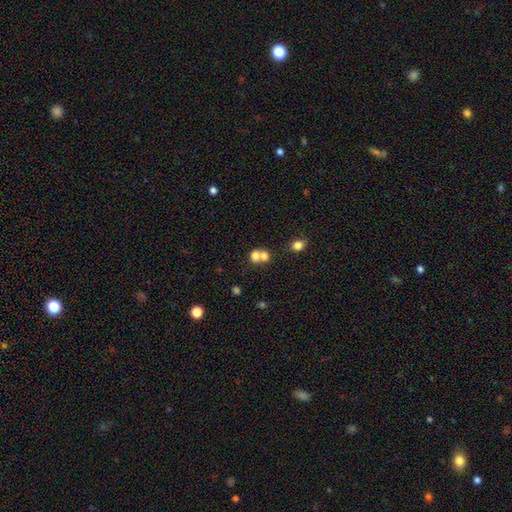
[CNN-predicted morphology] Smooth or featured? Predicted: smooth (p=0.70). How rounded? Predicted: round (p=0.59). Merging? Predicted: merger (p=0.64).